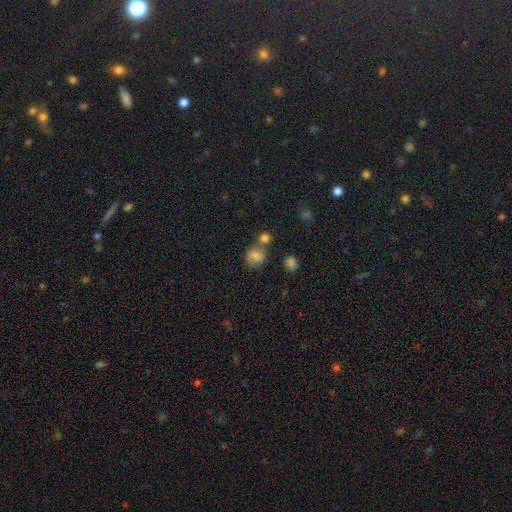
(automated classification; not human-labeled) This is possibly a smooth galaxy (58%). How rounded: likely round (71%). Merging: possibly none (53%).